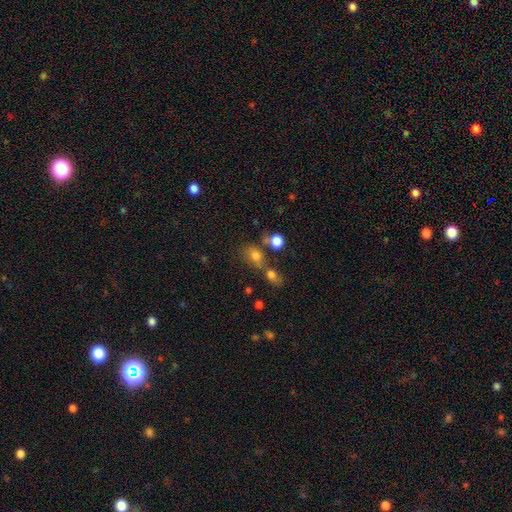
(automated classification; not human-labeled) Smooth or featured: smooth — 75% (star or artifact — 14%)
How rounded: in between — 60% (round — 38%)
Merging: none — 48% (merger — 30%)